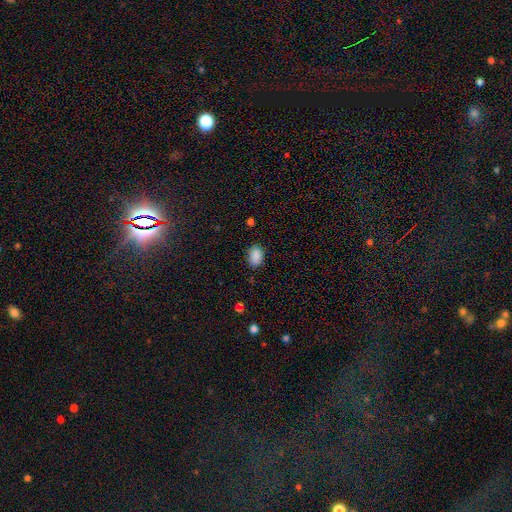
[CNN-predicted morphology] The model was most divided on "how rounded": in between: 85%, round: 14%, cigar-shaped: 1%. More confident: smooth or featured — smooth (89%); merging — none (84%).